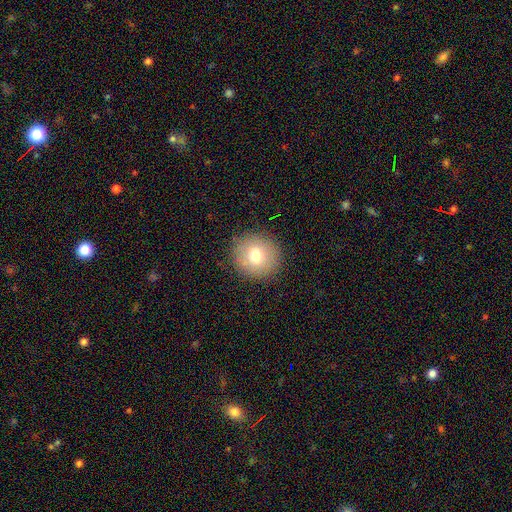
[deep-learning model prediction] smooth-or-featured: smooth: 73% | featured or disk: 16% | star or artifact: 11%
  how-rounded: round: 93% | in between: 6% | cigar-shaped: 1%
  merging: none: 89% | minor disturbance: 7% | major disturbance: 3% | merger: 1%